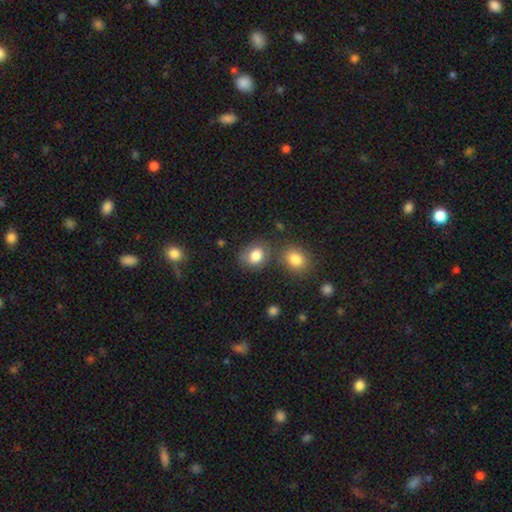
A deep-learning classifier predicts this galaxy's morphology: type=smooth (82%); roundness=in between (54%); merging=none (64%).